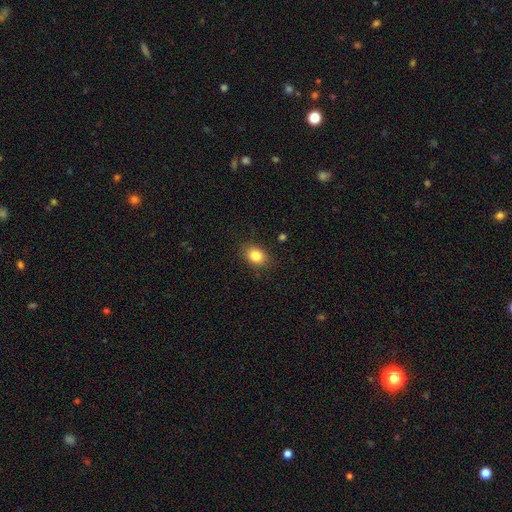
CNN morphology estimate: A smooth galaxy with no disk features (84%) that is in between round and cigar-shaped (65%).

Vote fractions:
- Smooth or featured? smooth: 84% / star or artifact: 9% / featured or disk: 7%
- How rounded? in between: 65% / round: 34% / cigar-shaped: 1%
- Merging? none: 84% / minor disturbance: 12% / major disturbance: 3% / merger: 1%